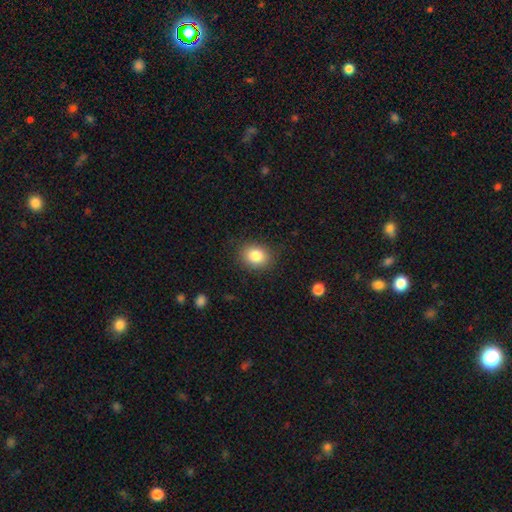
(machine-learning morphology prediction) A smooth galaxy with no disk features (84%) that is round (52%). Merging: none (86%).